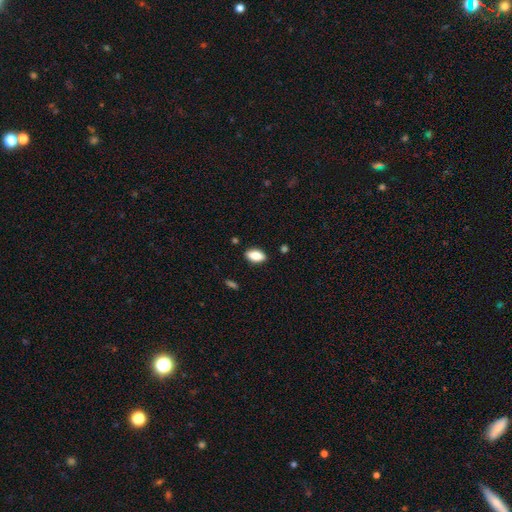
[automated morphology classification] This appears to be a smooth galaxy with no disk features (85%) that is in between round and cigar-shaped (91%). Merging: none (87%).